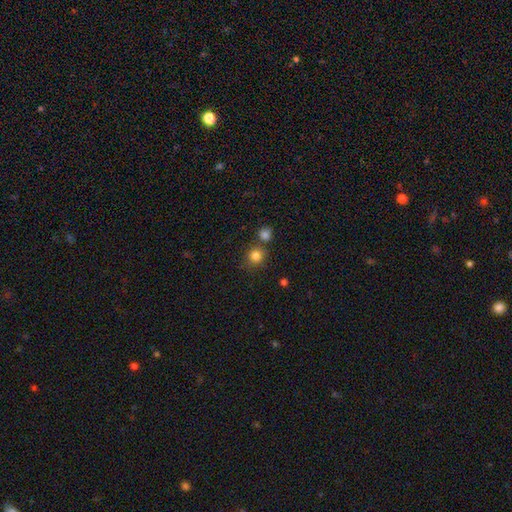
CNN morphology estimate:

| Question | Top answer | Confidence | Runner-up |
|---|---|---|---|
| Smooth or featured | smooth | 82% | star or artifact (12%) |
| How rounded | round | 89% | in between (10%) |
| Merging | none | 72% | merger (16%) |